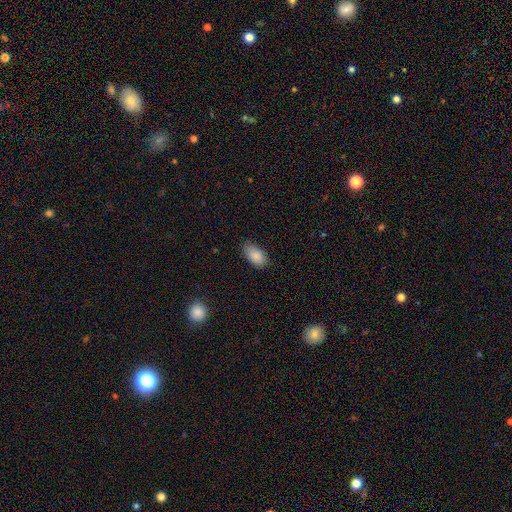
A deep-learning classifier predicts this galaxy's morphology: smooth-or-featured: smooth: 87% | star or artifact: 7% | featured or disk: 6%
  how-rounded: in between: 93% | round: 4% | cigar-shaped: 3%
  merging: none: 78% | minor disturbance: 17% | major disturbance: 3% | merger: 1%